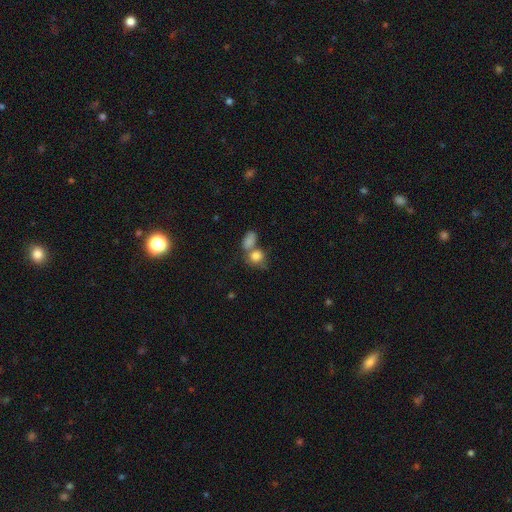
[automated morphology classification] type=smooth (80%); roundness=round (60%); merging=merger (44%).